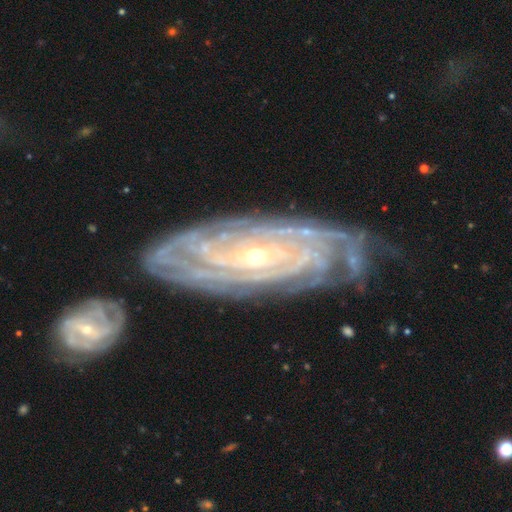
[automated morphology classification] Overall: featured or disk (91%). Edge-on disk: no (92%). Bar: no (55%; weak 30%). Spiral arms: yes (98%). Spiral arm count: can't tell (28%; 4 22%). Spiral winding: tight (83%). Bulge size: small (67%; moderate 30%). Merging: none (69%).